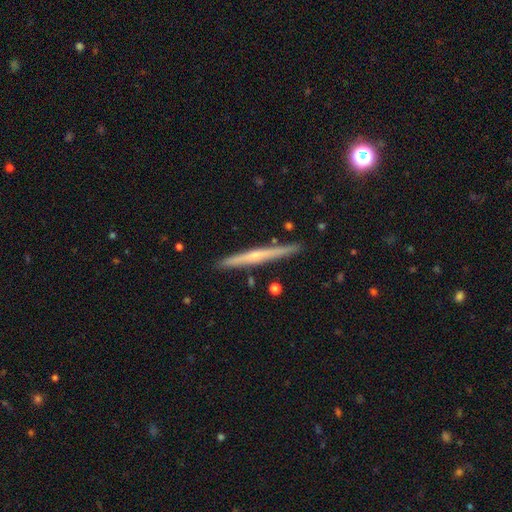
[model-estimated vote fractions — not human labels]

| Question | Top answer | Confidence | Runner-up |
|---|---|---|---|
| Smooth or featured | featured or disk | 62% | smooth (31%) |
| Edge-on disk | yes | 97% | no (3%) |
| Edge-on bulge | rounded | 53% | none (42%) |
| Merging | none | 90% | minor disturbance (7%) |